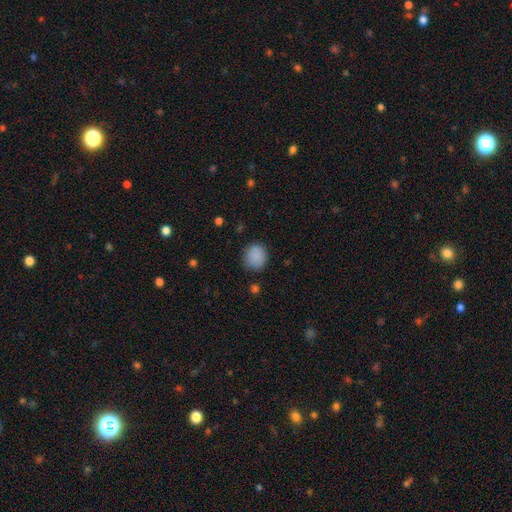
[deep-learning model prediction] Smooth or featured? Predicted: smooth (p=0.87). How rounded? Predicted: round (p=0.78). Merging? Predicted: none (p=0.82).